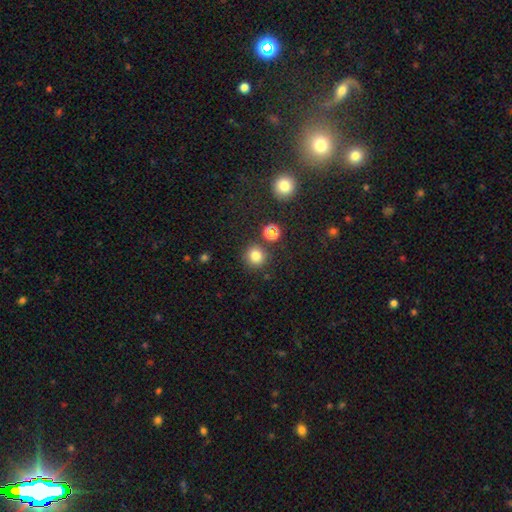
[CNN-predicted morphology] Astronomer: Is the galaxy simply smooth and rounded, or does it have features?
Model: smooth — 80%.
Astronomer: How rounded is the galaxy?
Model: round — 91%.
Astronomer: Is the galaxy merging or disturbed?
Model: none — 83%.